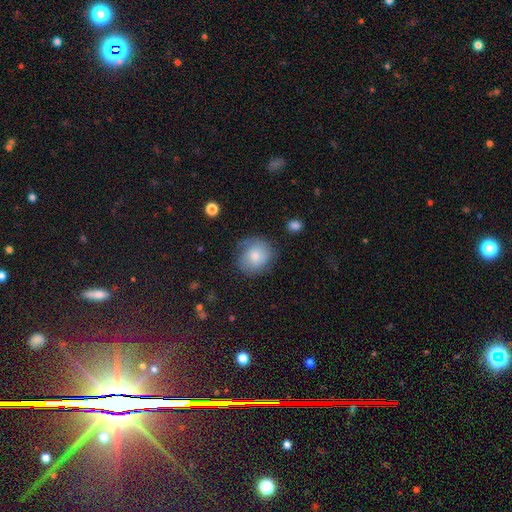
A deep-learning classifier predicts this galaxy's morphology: smooth 69%, featured or disk 23%, star or artifact 8%. Down the decision tree: how rounded — round (74%); merging — none (65%).